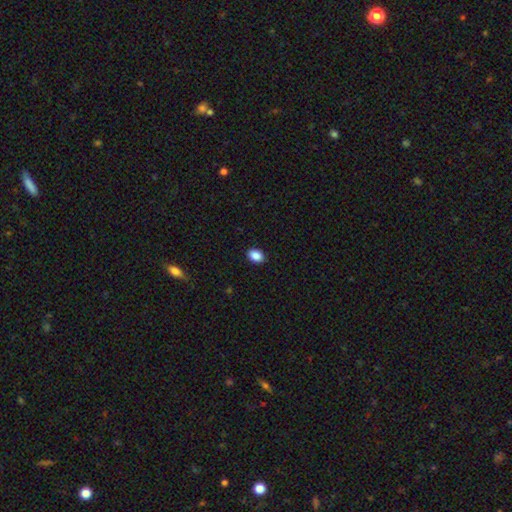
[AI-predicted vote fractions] smooth-or-featured: smooth: 89% | star or artifact: 8% | featured or disk: 3%
  how-rounded: in between: 80% | round: 19% | cigar-shaped: 1%
  merging: none: 90% | minor disturbance: 7% | major disturbance: 2% | merger: 1%